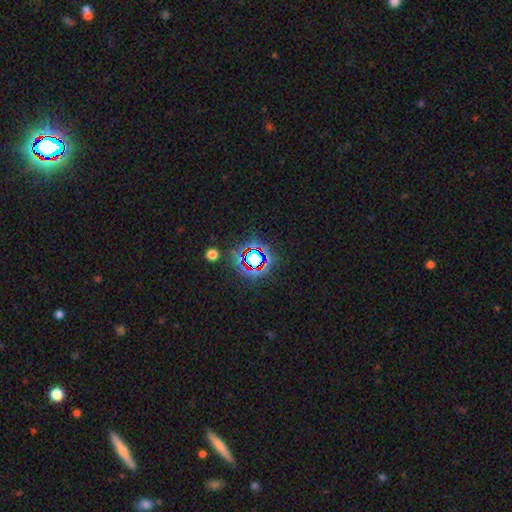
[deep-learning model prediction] This is likely a star or artifact rather than a galaxy (73%).